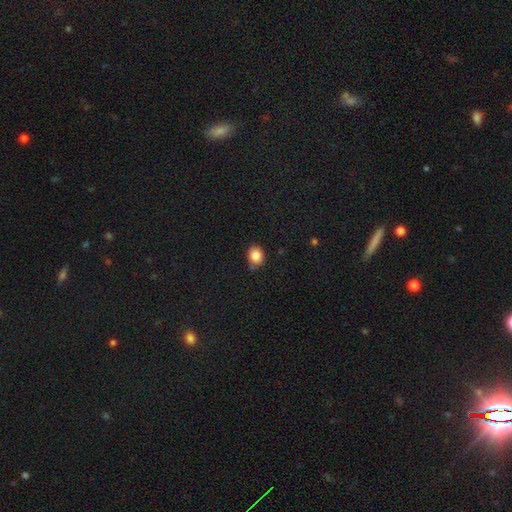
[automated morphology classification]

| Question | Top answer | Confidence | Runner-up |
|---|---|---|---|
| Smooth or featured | smooth | 86% | star or artifact (9%) |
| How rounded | round | 56% | in between (43%) |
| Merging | none | 76% | minor disturbance (16%) |